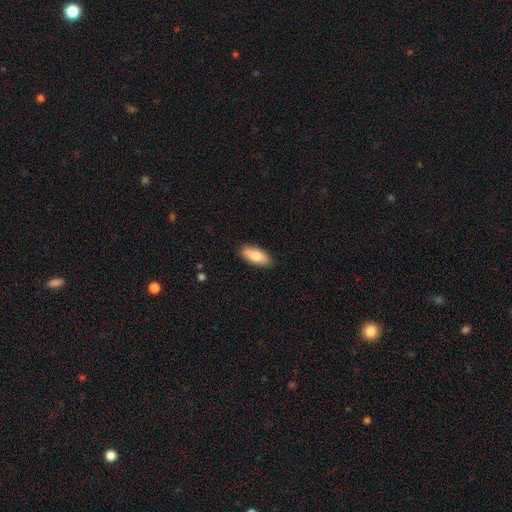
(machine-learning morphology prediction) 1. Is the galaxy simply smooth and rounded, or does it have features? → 77% smooth, 17% featured or disk, 6% star or artifact.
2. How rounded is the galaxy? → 82% in between, 16% cigar-shaped, 2% round.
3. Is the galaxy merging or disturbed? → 83% none, 12% minor disturbance, 2% merger, 2% major disturbance.